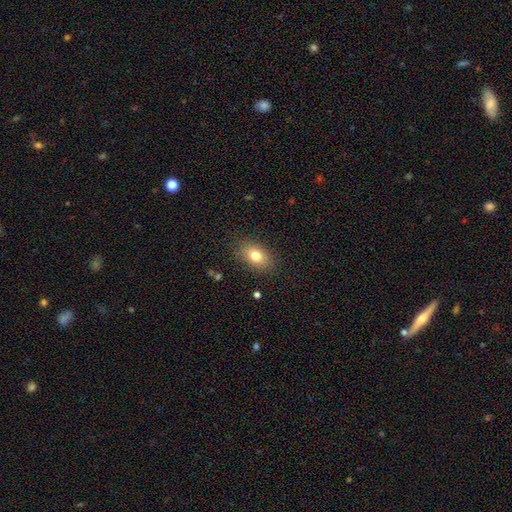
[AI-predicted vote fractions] Overall: smooth (78%). How rounded: in between (81%). Merging: none (85%).